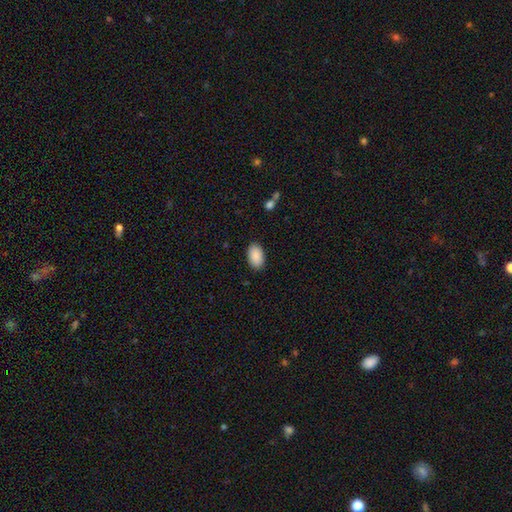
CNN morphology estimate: Smooth or featured: smooth — 90% (star or artifact — 6%)
How rounded: in between — 94% (round — 5%)
Merging: none — 89% (minor disturbance — 8%)